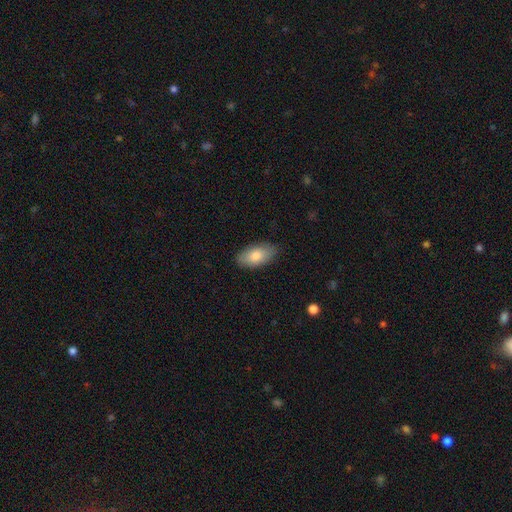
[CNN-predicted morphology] smooth-or-featured: smooth: 80% | featured or disk: 14% | star or artifact: 6%
  how-rounded: in between: 94% | round: 3% | cigar-shaped: 3%
  merging: none: 86% | minor disturbance: 11% | major disturbance: 2% | merger: 1%